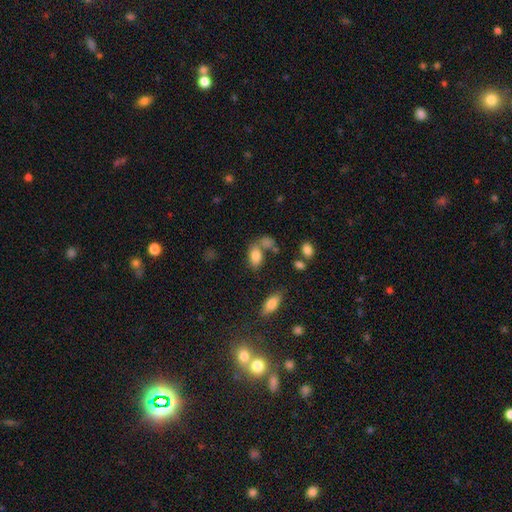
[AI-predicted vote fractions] A smooth galaxy with no disk features (81%) that is in between round and cigar-shaped (89%). Merging: none (52%).